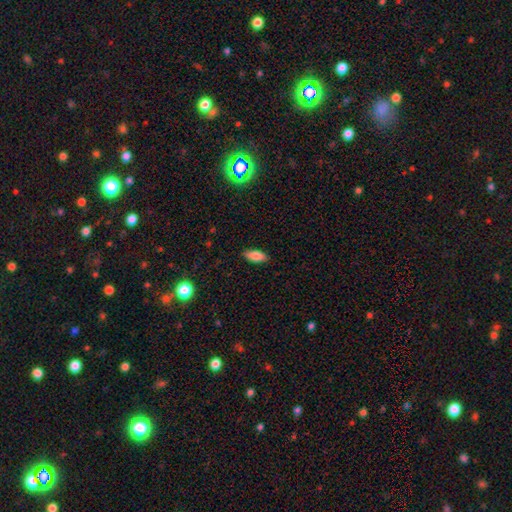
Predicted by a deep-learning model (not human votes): This is clearly a smooth galaxy (83%). How rounded: clearly in between (86%). Merging: clearly none (88%).